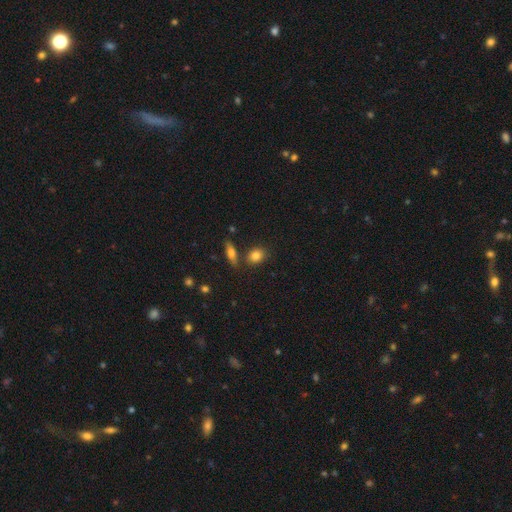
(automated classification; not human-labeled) This is clearly a smooth galaxy (83%). How rounded: possibly round (50%). Merging: likely none (75%).